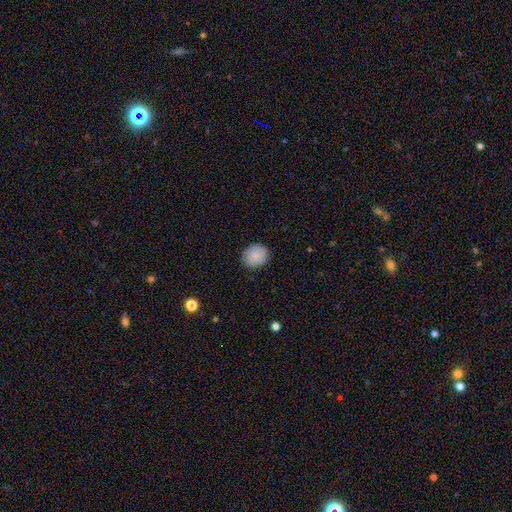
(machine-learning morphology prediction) This is clearly a smooth galaxy (87%). How rounded: clearly round (83%). Merging: clearly none (89%).